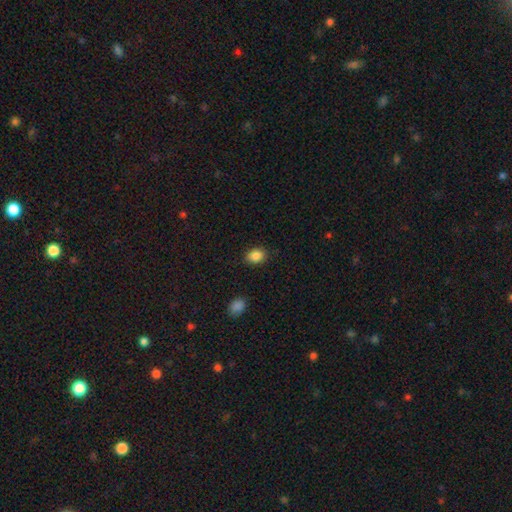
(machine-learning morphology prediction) This appears to be a smooth galaxy with no disk features (87%) that is in between round and cigar-shaped (61%). Merging: none (86%).